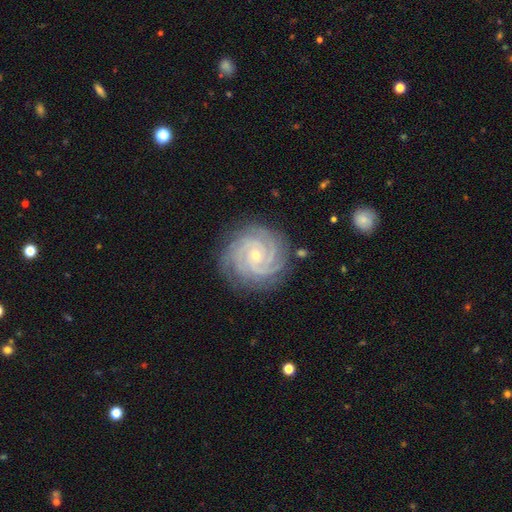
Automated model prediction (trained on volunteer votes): Smooth or featured? Predicted: featured or disk (p=0.91). Edge-on disk? Predicted: no (p=0.98). Bar? Predicted: no (p=0.73). Spiral arms? Predicted: yes (p=0.99). Spiral winding? Predicted: tight (p=0.83). Spiral arm count? Predicted: 4 (p=0.35). Bulge size? Predicted: small (p=0.74). Merging? Predicted: none (p=0.84).